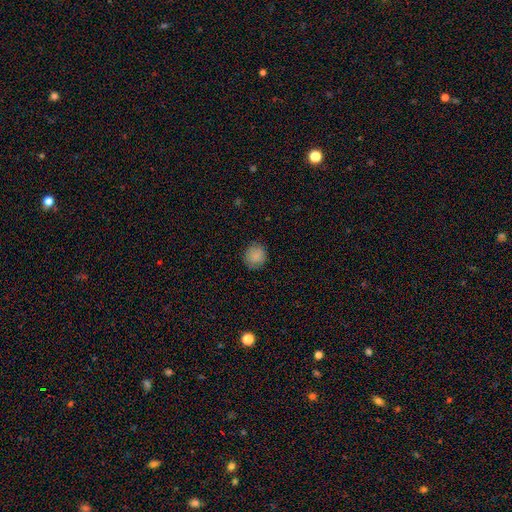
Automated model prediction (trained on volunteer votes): Morphology: type=smooth (87%); roundness=round (88%); merging=none (86%).